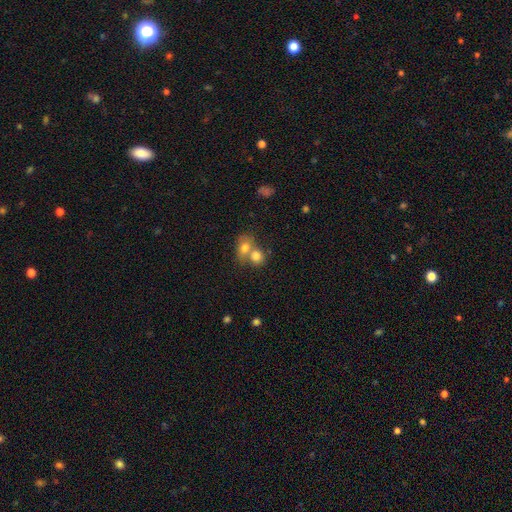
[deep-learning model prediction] Smooth or featured: smooth — 78% (featured or disk — 12%)
How rounded: round — 67% (in between — 32%)
Merging: merger — 61% (none — 29%)